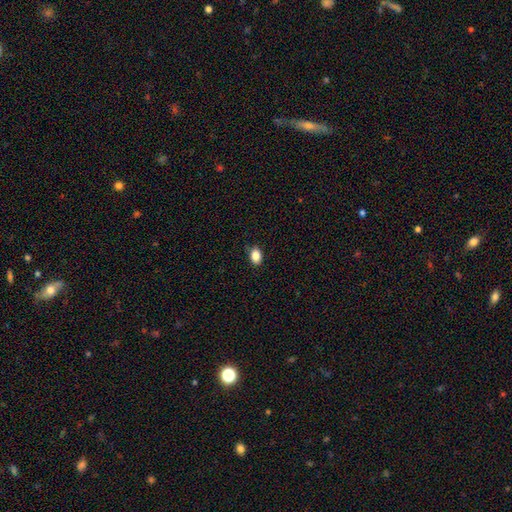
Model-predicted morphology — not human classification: Smooth or featured? smooth (85%)
How rounded? in between (81%)
Merging? none (86%)